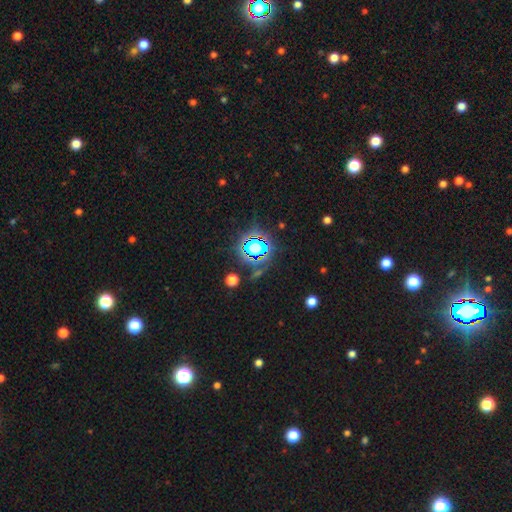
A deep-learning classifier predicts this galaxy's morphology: Smooth or featured? star or artifact (82%)